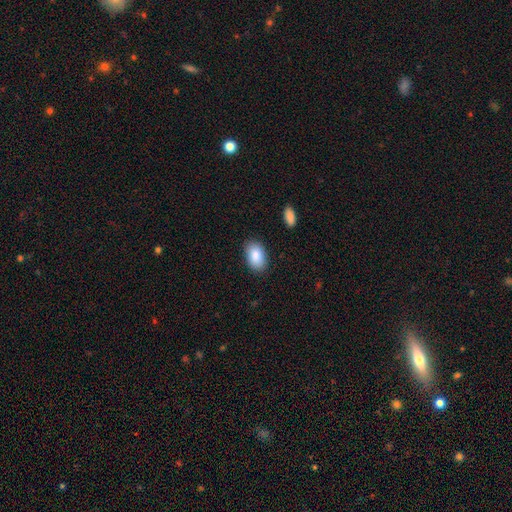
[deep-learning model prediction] Q: Smooth or featured?
A: smooth (88%); runner-up: star or artifact (6%)
Q: How rounded?
A: in between (93%); runner-up: round (6%)
Q: Merging?
A: none (86%); runner-up: minor disturbance (10%)